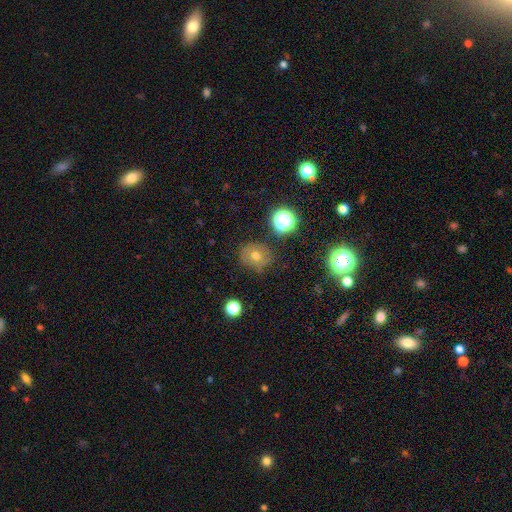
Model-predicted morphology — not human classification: The model was most divided on "smooth or featured": smooth: 65%, star or artifact: 20%, featured or disk: 15%. More confident: merging — none (81%); how rounded — round (78%).